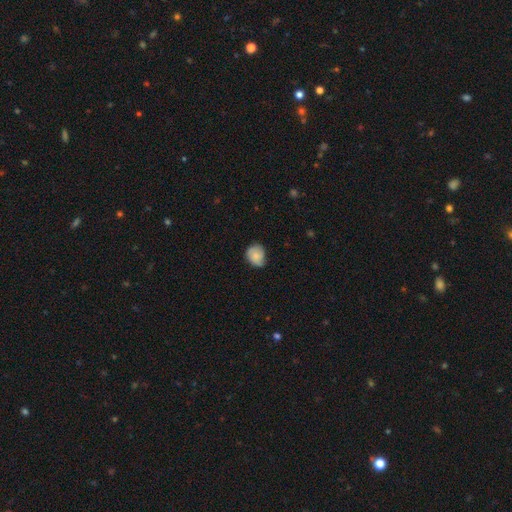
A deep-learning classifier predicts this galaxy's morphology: Overall: smooth (71%). How rounded: round (66%; in between 33%). Merging: none (62%; minor disturbance 31%).